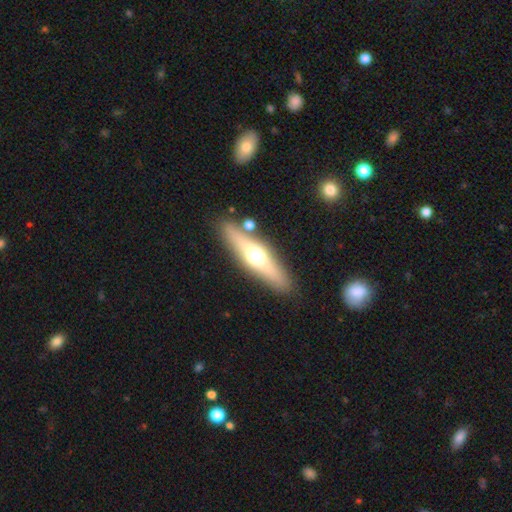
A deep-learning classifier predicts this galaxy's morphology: smooth-or-featured: featured or disk: 52% | smooth: 42% | star or artifact: 7%
  disk-edge-on: yes: 88% | no: 12%
  merging: none: 83% | minor disturbance: 9% | merger: 6% | major disturbance: 3%